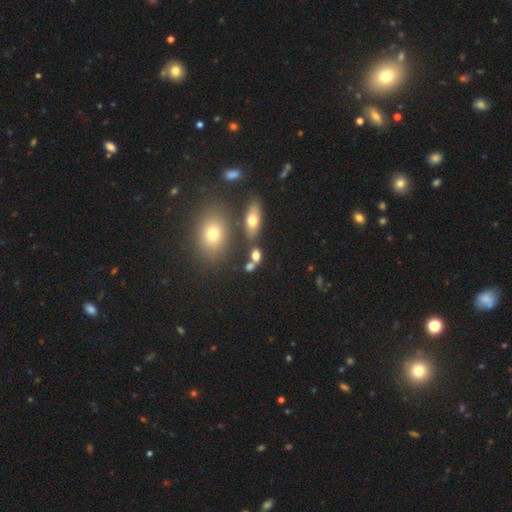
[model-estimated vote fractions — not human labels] This appears to be a smooth galaxy with no disk features (71%) that is in between round and cigar-shaped (63%). Merging: none (50%).